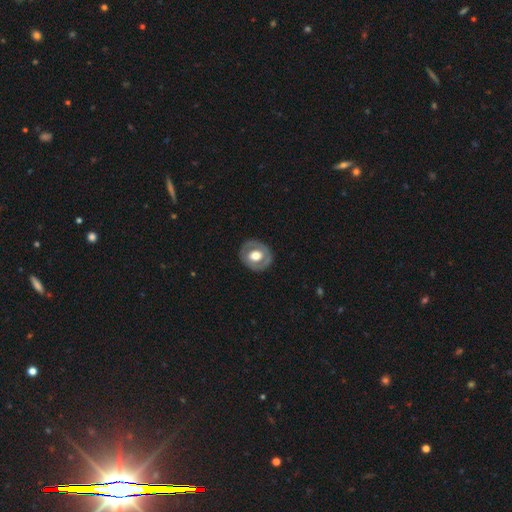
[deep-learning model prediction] featured or disk 50%, smooth 44%, star or artifact 6%. Down the decision tree: edge-on disk — no (95%); merging — none (84%).